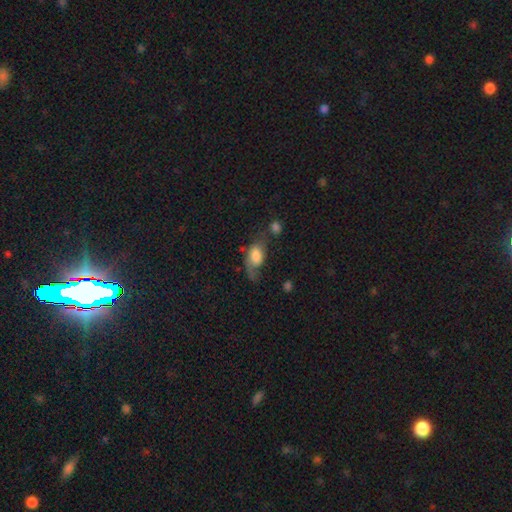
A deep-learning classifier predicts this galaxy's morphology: smooth 63%, featured or disk 28%, star or artifact 9%. Down the decision tree: how rounded — in between (87%); merging — major disturbance (34%).